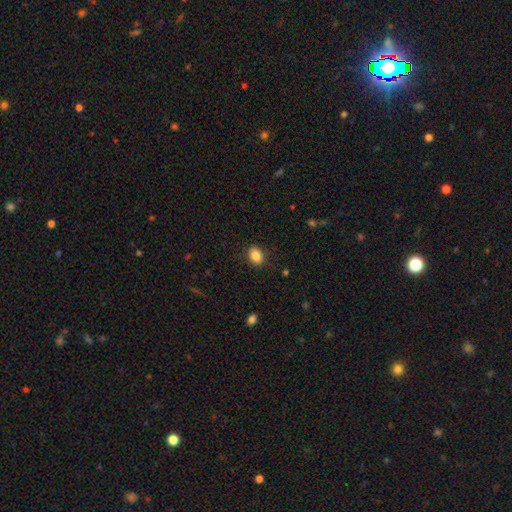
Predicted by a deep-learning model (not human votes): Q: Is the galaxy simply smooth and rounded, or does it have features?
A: smooth — 87%.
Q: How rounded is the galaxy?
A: in between — 74%.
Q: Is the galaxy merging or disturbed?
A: none — 87%.